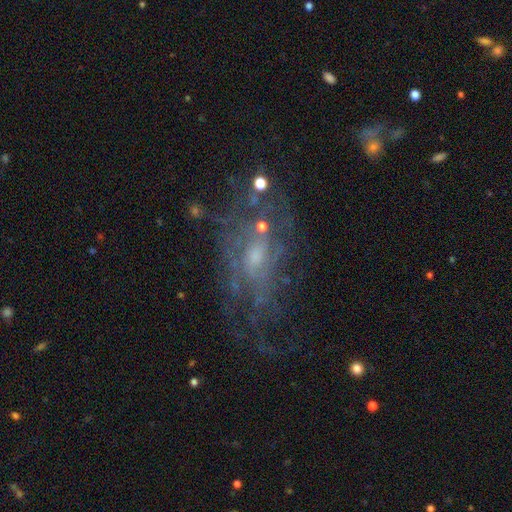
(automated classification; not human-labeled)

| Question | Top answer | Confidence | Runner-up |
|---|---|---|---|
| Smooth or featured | featured or disk | 70% | smooth (16%) |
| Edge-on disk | no | 92% | yes (8%) |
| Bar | no | 66% | weak (29%) |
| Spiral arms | yes | 65% | no (35%) |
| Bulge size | small | 55% | moderate (34%) |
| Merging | none | 59% | minor disturbance (20%) |